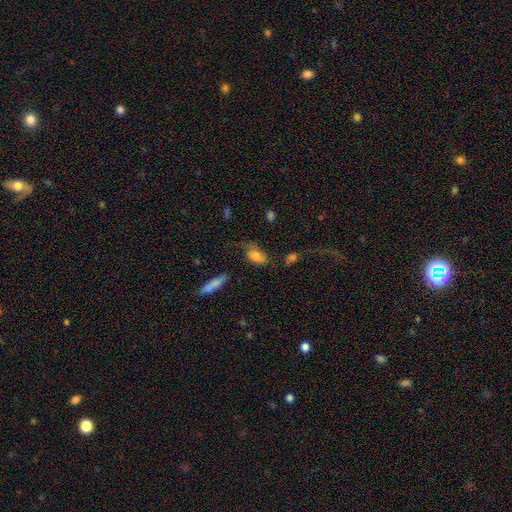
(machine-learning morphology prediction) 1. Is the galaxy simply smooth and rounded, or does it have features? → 75% smooth, 17% featured or disk, 8% star or artifact.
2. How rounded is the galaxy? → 90% in between, 6% round, 4% cigar-shaped.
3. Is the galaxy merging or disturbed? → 46% none, 28% minor disturbance, 21% major disturbance, 5% merger.